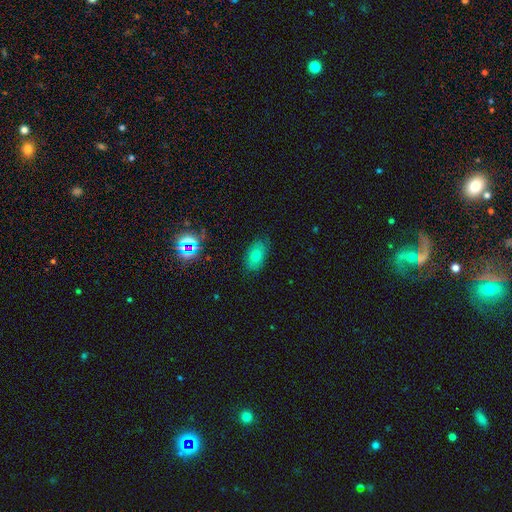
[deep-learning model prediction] The model was most divided on "smooth or featured": smooth: 70%, star or artifact: 16%, featured or disk: 15%. More confident: how rounded — in between (90%); merging — none (81%).